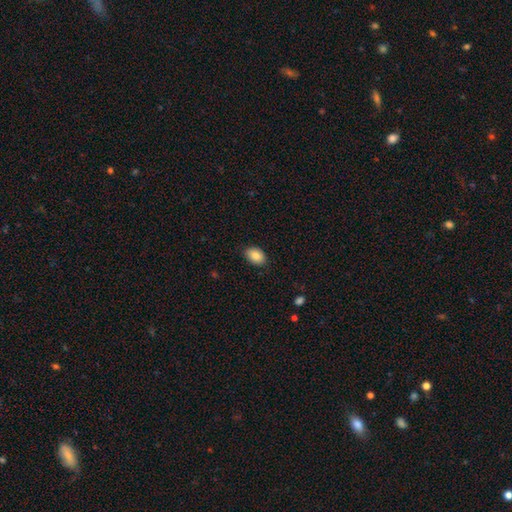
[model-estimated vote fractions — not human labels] Smooth or featured? Predicted: smooth (p=0.86). How rounded? Predicted: in between (p=0.85). Merging? Predicted: none (p=0.85).